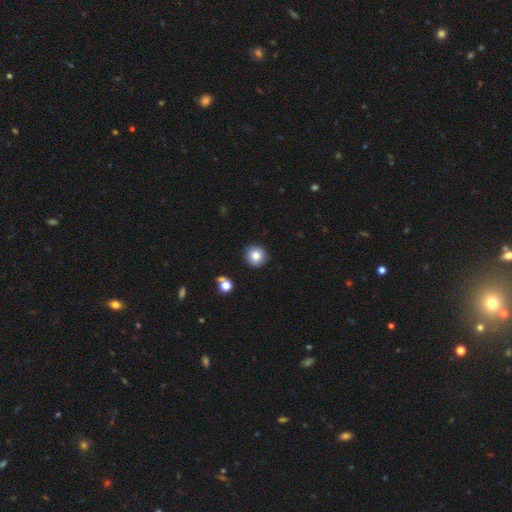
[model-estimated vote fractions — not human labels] This is clearly a smooth galaxy (81%). How rounded: clearly round (93%). Merging: clearly none (90%).